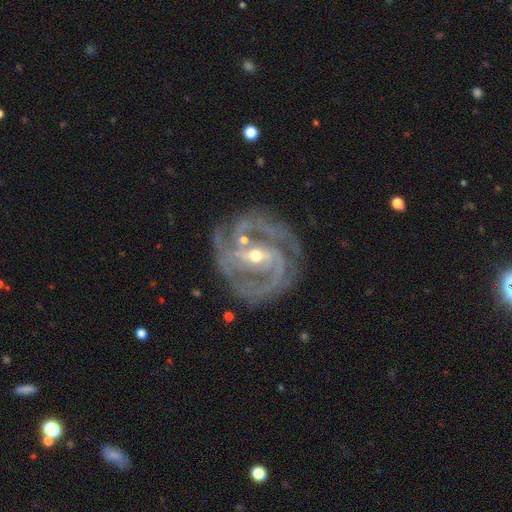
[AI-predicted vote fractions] Smooth or featured? Predicted: featured or disk (p=0.92). Edge-on disk? Predicted: no (p=0.97). Bar? Predicted: weak (p=0.43). Spiral arms? Predicted: yes (p=0.98). Spiral winding? Predicted: tight (p=0.57). Spiral arm count? Predicted: 2 (p=0.37). Bulge size? Predicted: moderate (p=0.52). Merging? Predicted: none (p=0.71).